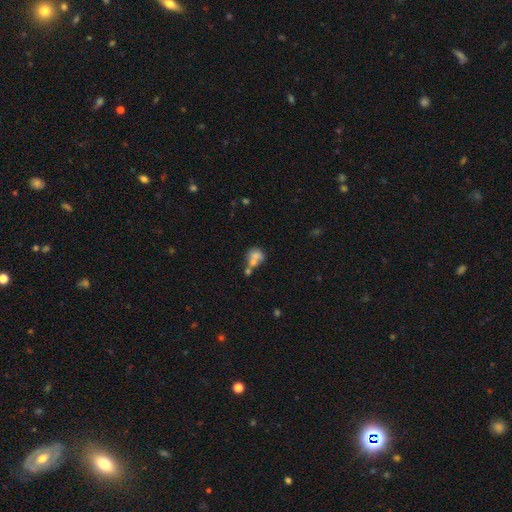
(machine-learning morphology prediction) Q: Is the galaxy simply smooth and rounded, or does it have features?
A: smooth — 68%.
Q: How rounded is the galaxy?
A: round — 59%.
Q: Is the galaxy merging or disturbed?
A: merger — 54%.